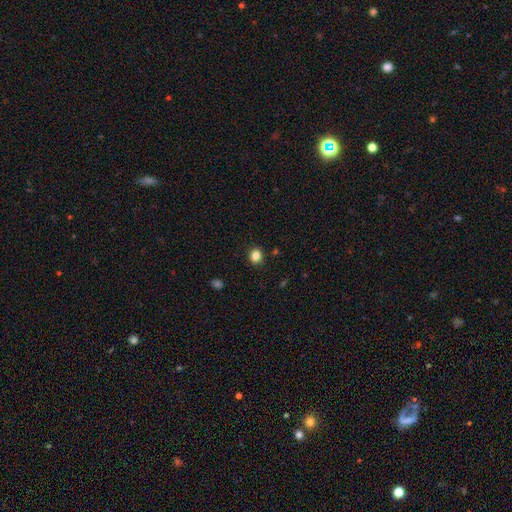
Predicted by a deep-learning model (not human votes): Smooth or featured: smooth — 84% (star or artifact — 11%)
How rounded: round — 66% (in between — 33%)
Merging: none — 89% (minor disturbance — 7%)